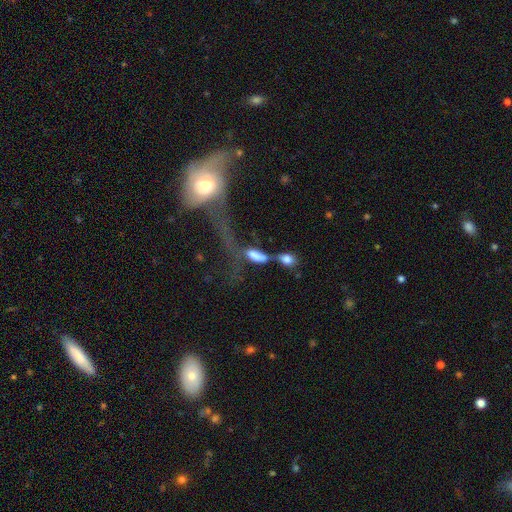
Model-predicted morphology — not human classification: type=smooth (61%); roundness=in between (70%); merging=merger (58%).